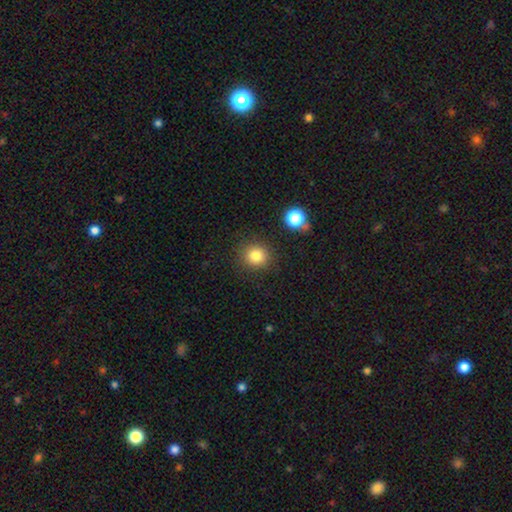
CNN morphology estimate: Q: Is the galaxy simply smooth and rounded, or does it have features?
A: smooth — 82%.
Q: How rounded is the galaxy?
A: round — 88%.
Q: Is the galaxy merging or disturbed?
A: none — 87%.